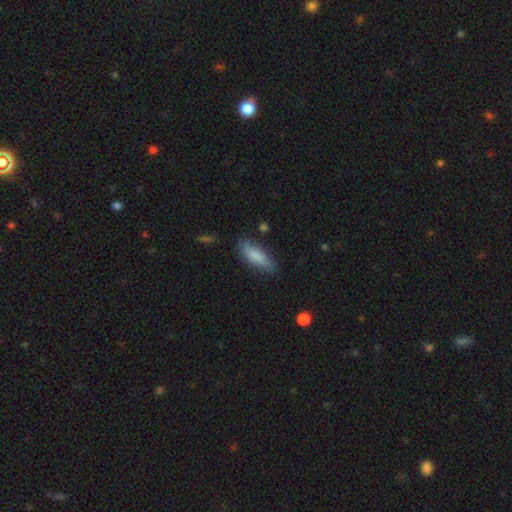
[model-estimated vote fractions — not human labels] smooth 81%, featured or disk 13%, star or artifact 6%. Down the decision tree: how rounded — cigar-shaped (49%, tied with in between); merging — none (79%).